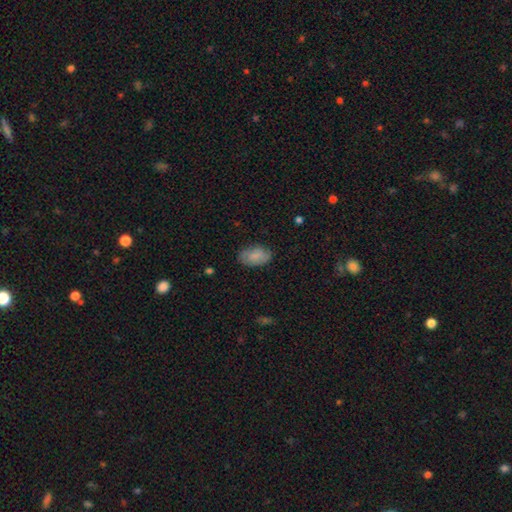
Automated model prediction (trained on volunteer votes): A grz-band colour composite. It shows a smooth galaxy with no disk features (78%) that is in between round and cigar-shaped (92%). Merging: none (79%).